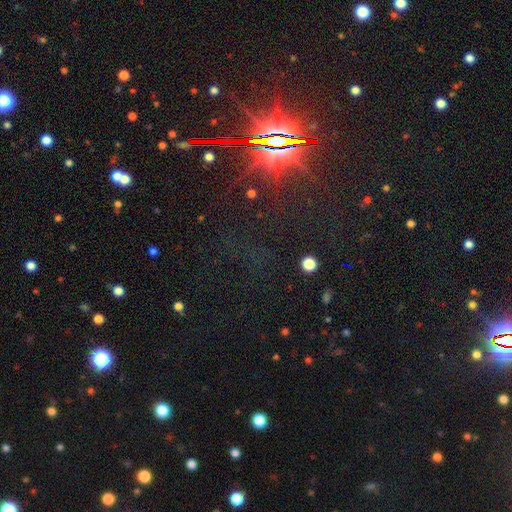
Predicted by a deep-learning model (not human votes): Smooth or featured?
  - star or artifact: 82% *
  - smooth: 10%
  - featured or disk: 9%